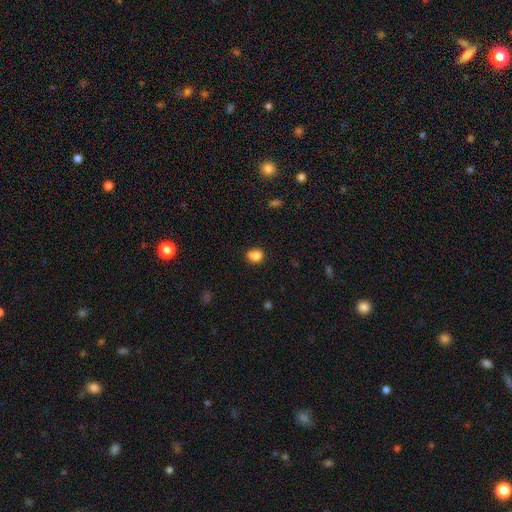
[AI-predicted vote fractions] A smooth galaxy with no disk features (85%) that is round (59%).

Vote fractions:
- Smooth or featured? smooth: 85% / star or artifact: 10% / featured or disk: 5%
- How rounded? round: 59% / in between: 40% / cigar-shaped: 1%
- Merging? none: 75% / minor disturbance: 18% / major disturbance: 4% / merger: 2%